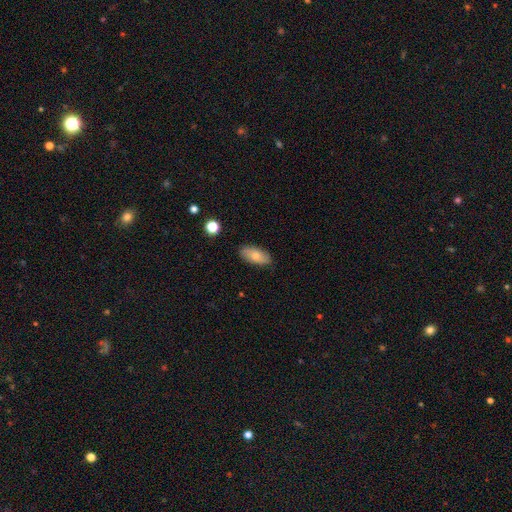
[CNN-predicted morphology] Overall: smooth (75%). How rounded: in between (91%). Merging: none (84%).